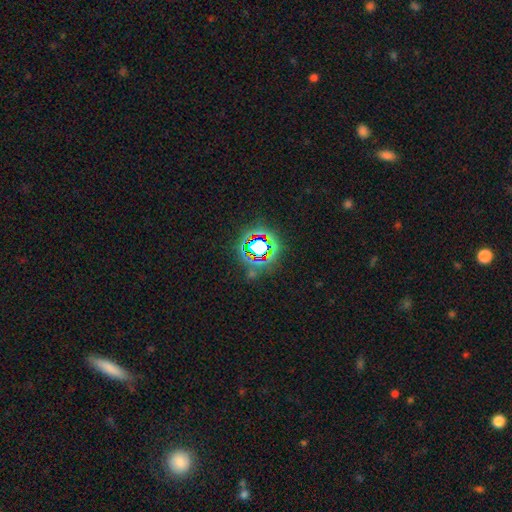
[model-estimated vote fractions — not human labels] A star or artifact, not a galaxy (78%).